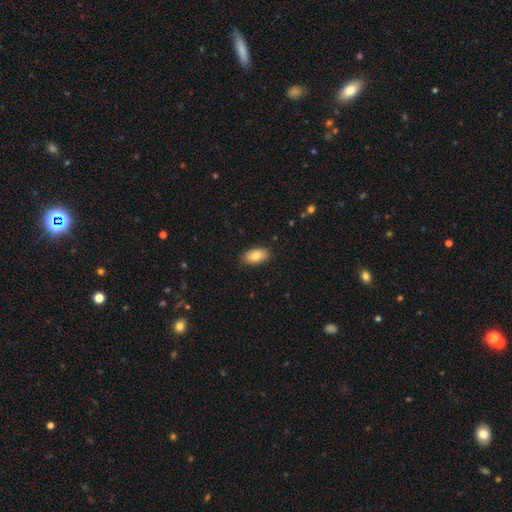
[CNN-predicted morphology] A smooth galaxy with no disk features (84%) that is in between round and cigar-shaped (93%). Merging: none (87%).